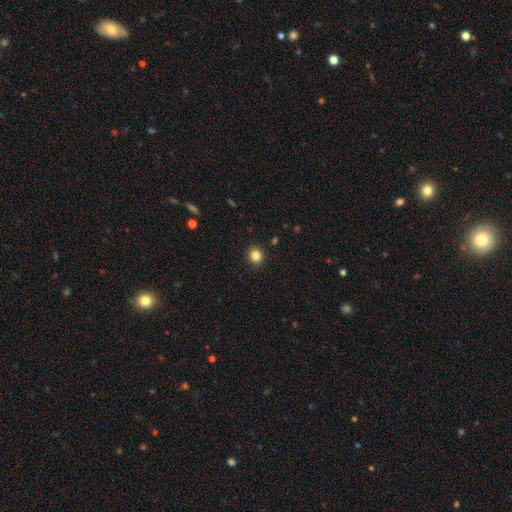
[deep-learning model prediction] Morphology: type=smooth (84%); roundness=round (83%); merging=none (92%).